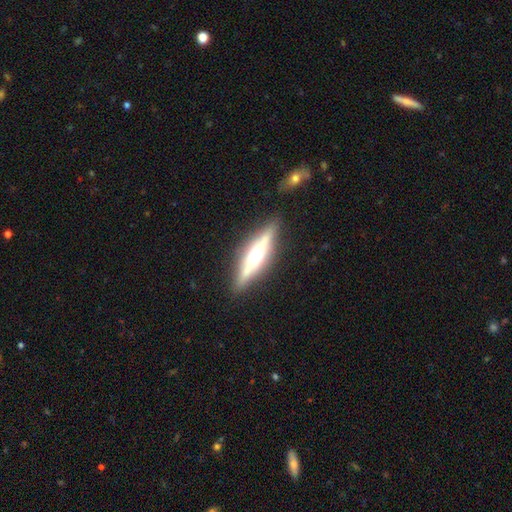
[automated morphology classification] type=featured or disk (68%); edge-on=yes (94%); edge-on bulge=rounded (87%); merging=none (85%).